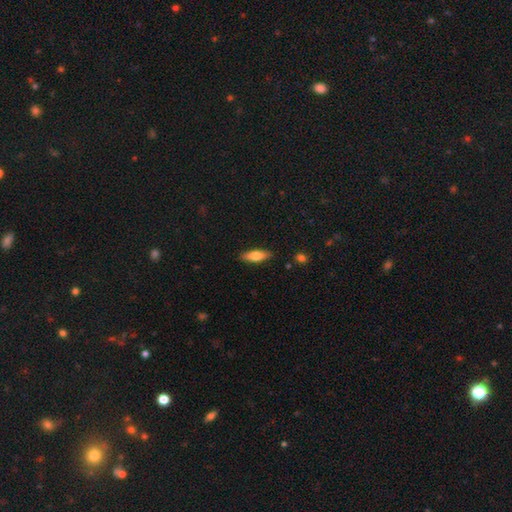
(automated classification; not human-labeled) The model was most divided on "how rounded": in between: 53%, cigar-shaped: 45%, round: 2%. More confident: merging — none (87%); smooth or featured — smooth (71%).